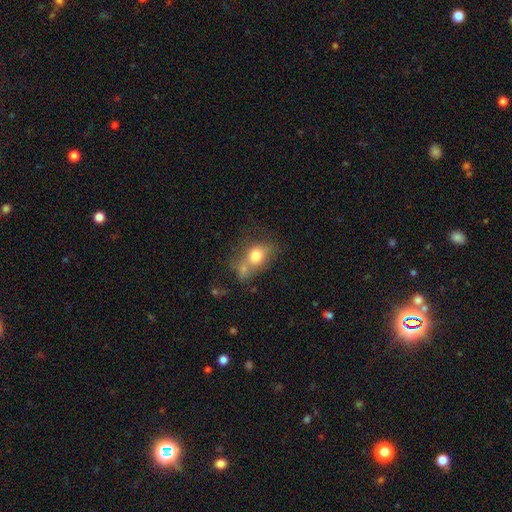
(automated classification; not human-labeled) smooth 74%, featured or disk 16%, star or artifact 9%. Down the decision tree: how rounded — in between (62%); merging — merger (40%).